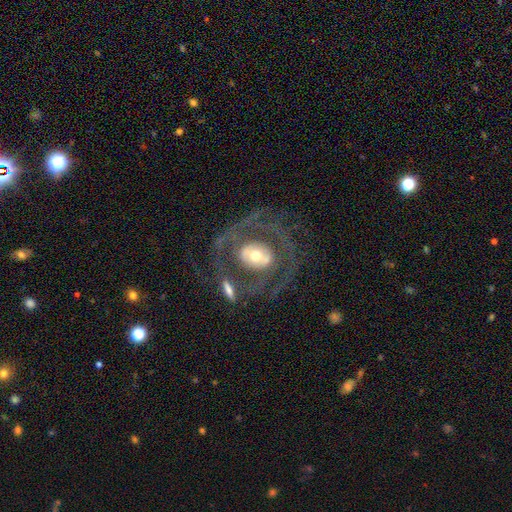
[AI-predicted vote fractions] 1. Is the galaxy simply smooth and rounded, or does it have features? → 72% featured or disk, 22% smooth, 7% star or artifact.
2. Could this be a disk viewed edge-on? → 95% no, 5% yes.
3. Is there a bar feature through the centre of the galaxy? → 63% no, 23% weak, 14% strong.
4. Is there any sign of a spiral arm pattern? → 56% yes, 44% no.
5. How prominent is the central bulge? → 59% moderate, 26% small, 12% large, 2% dominant, 1% none.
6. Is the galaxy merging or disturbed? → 58% none, 19% major disturbance, 15% minor disturbance, 7% merger.